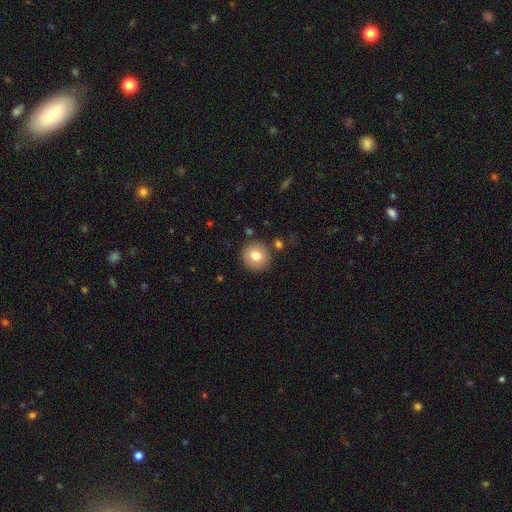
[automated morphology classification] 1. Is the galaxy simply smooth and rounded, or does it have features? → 79% smooth, 12% featured or disk, 9% star or artifact.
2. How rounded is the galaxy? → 93% round, 6% in between, 1% cigar-shaped.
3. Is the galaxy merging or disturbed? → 87% none, 7% minor disturbance, 4% merger, 2% major disturbance.